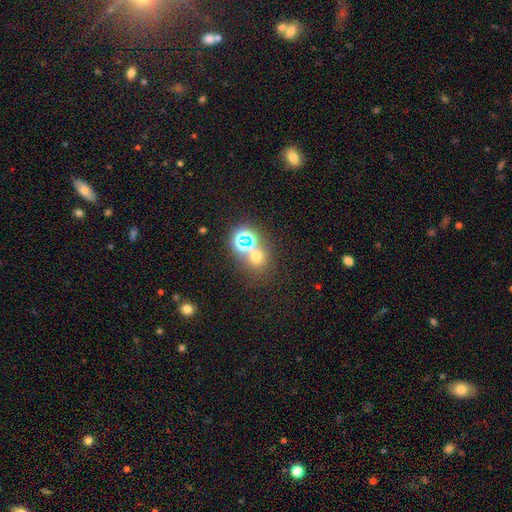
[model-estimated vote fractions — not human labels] The model was most divided on "smooth or featured": smooth: 51%, star or artifact: 38%, featured or disk: 10%. More confident: how rounded — round (77%); merging — none (58%).